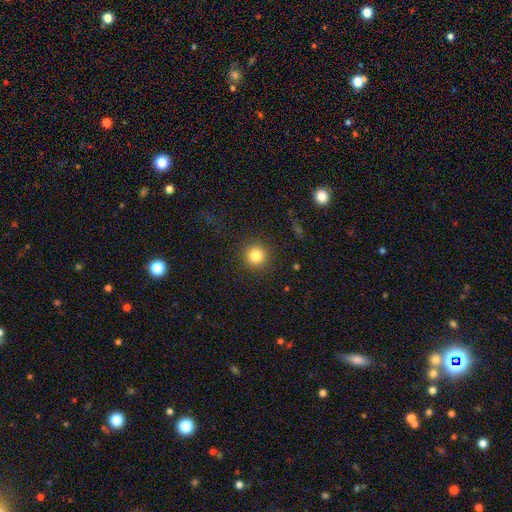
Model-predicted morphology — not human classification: This appears to be a smooth galaxy with no disk features (83%) that is round (94%). Merging: none (90%).